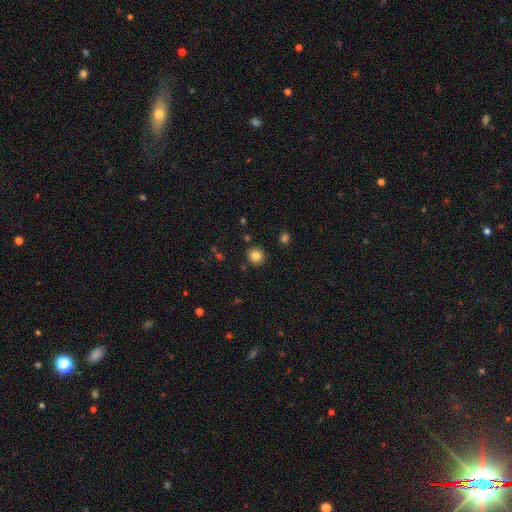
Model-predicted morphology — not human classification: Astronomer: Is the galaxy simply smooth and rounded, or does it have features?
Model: smooth — 82%.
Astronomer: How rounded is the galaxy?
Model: round — 93%.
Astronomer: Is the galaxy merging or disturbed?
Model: none — 90%.